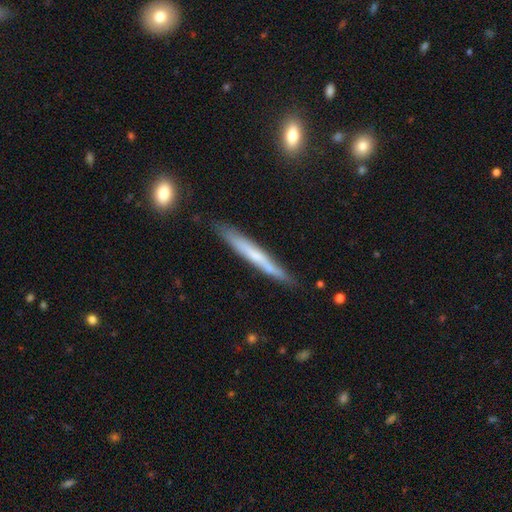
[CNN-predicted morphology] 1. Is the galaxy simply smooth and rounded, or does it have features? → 48% smooth, 46% featured or disk, 6% star or artifact.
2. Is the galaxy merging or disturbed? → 82% none, 14% minor disturbance, 2% major disturbance, 2% merger.